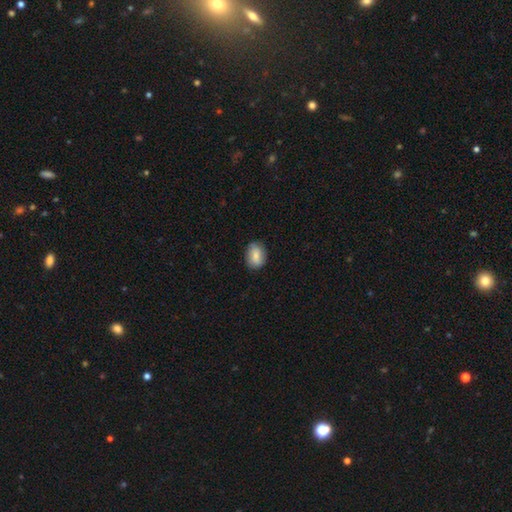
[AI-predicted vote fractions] Smooth or featured? smooth (81%)
How rounded? in between (72%)
Merging? none (81%)